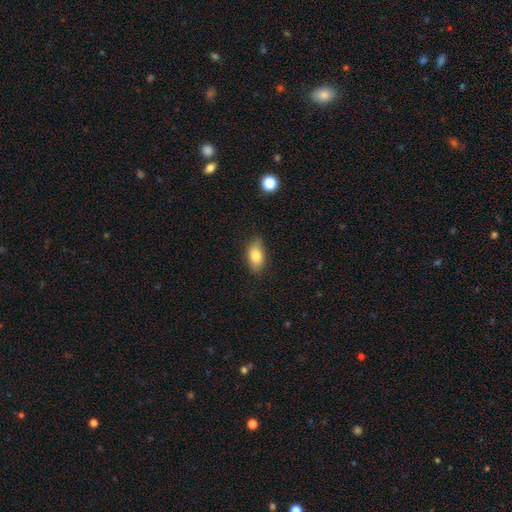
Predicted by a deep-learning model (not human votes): A smooth galaxy with no disk features (81%) that is in between round and cigar-shaped (90%). Merging: none (81%).